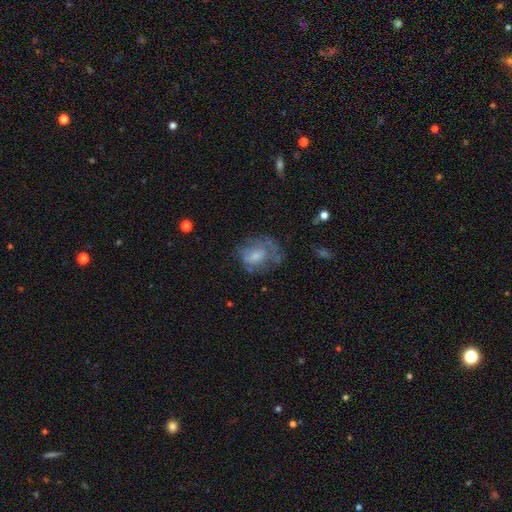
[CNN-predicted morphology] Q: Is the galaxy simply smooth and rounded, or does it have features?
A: featured or disk — 45%.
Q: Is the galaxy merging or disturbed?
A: none — 37%.